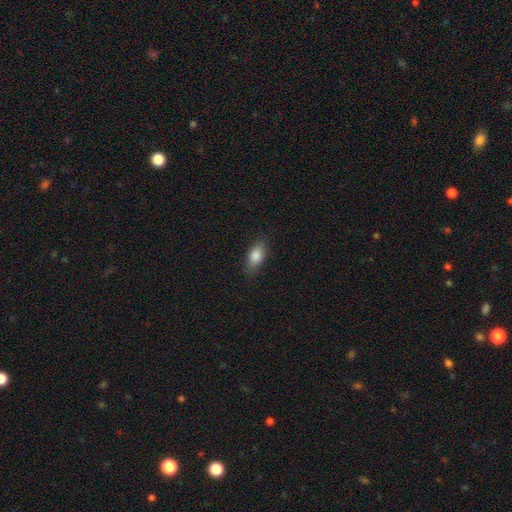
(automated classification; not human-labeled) smooth 85%, featured or disk 8%, star or artifact 7%. Down the decision tree: how rounded — in between (85%); merging — none (82%).